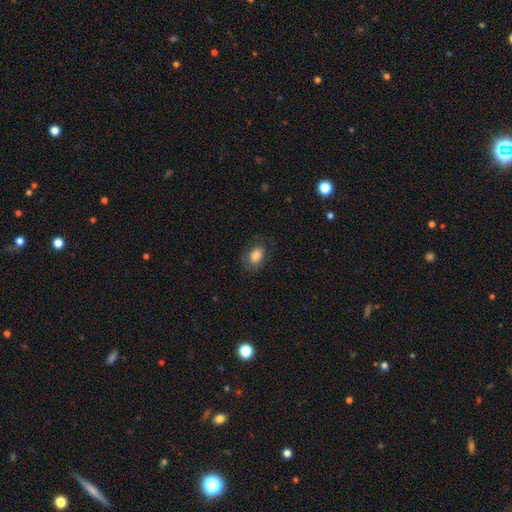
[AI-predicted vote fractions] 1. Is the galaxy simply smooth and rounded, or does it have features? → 83% smooth, 9% featured or disk, 8% star or artifact.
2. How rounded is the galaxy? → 83% in between, 15% round, 1% cigar-shaped.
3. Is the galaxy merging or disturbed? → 74% none, 18% minor disturbance, 7% major disturbance, 1% merger.